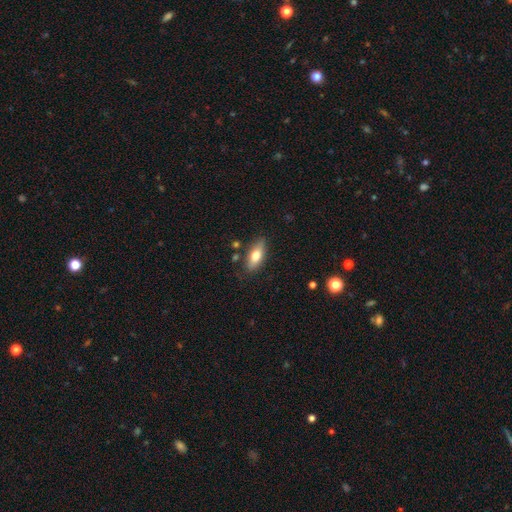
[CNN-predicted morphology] This is likely a smooth galaxy (72%). How rounded: likely in between (78%). Merging: likely none (79%).